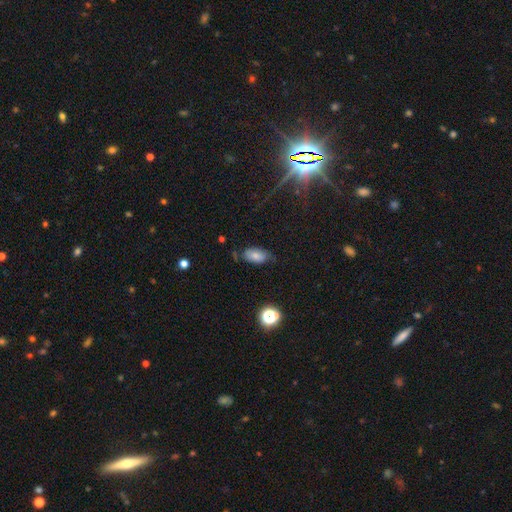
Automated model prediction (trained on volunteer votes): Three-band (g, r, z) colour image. It shows a smooth galaxy with no disk features (65%) that is in between round and cigar-shaped (91%). Merging: none (61%).